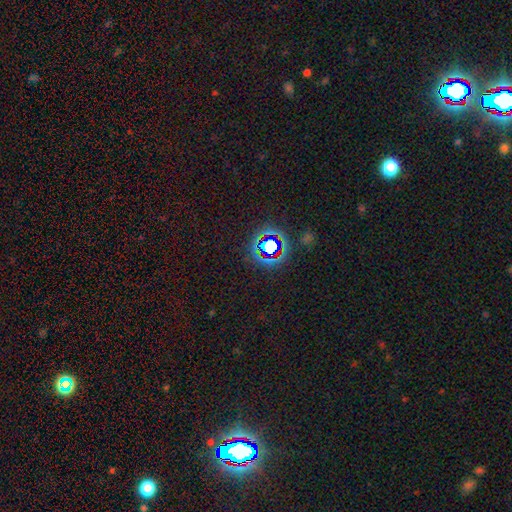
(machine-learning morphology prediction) Smooth or featured? Predicted: star or artifact (p=0.77).